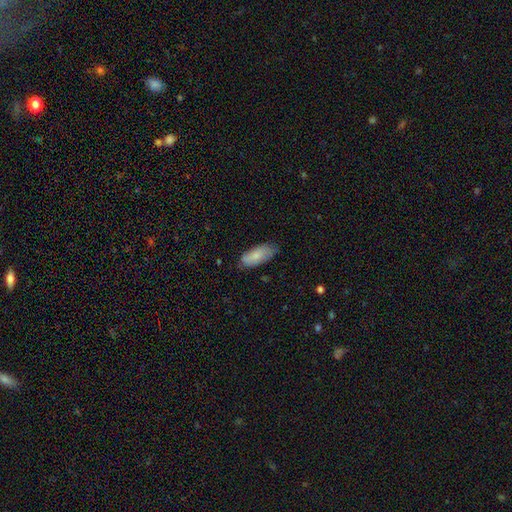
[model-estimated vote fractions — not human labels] Overall: smooth (81%). How rounded: in between (84%). Merging: none (71%).